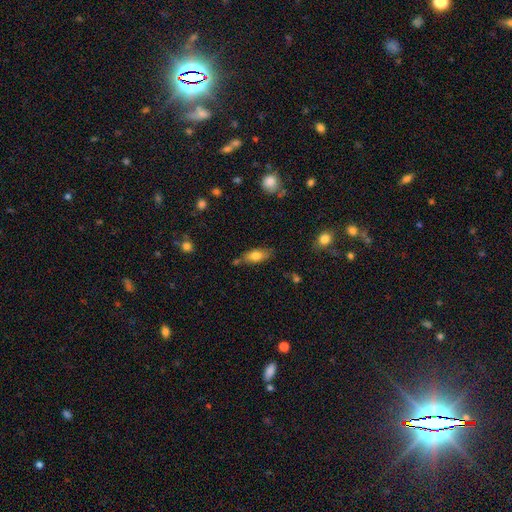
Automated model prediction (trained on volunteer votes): Overall: smooth (75%). How rounded: in between (80%). Merging: none (70%).